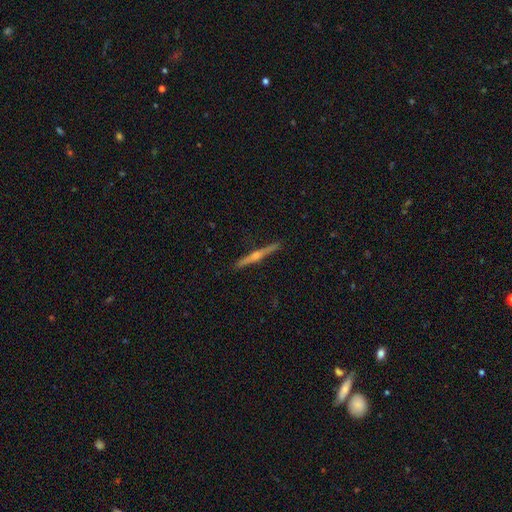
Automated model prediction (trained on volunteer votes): A featured or disk galaxy (76%) viewed edge-on (98%) with a rounded central bulge (88%).

Vote fractions:
- Smooth or featured? featured or disk: 76% / smooth: 18% / star or artifact: 6%
- Edge-on disk? yes: 98% / no: 2%
- Edge-on bulge? rounded: 88% / none: 7% / boxy: 5%
- Merging? none: 92% / minor disturbance: 6% / major disturbance: 1% / merger: 1%